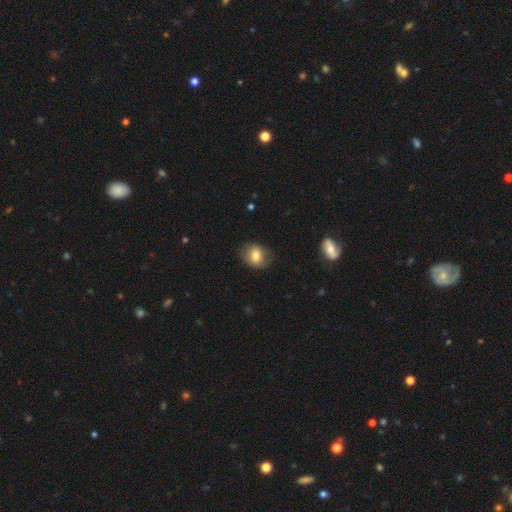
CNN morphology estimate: A smooth galaxy with no disk features (75%) that is round (56%).

Vote fractions:
- Smooth or featured? smooth: 75% / featured or disk: 17% / star or artifact: 8%
- How rounded? round: 56% / in between: 43% / cigar-shaped: 1%
- Merging? none: 78% / minor disturbance: 17% / major disturbance: 5% / merger: 1%